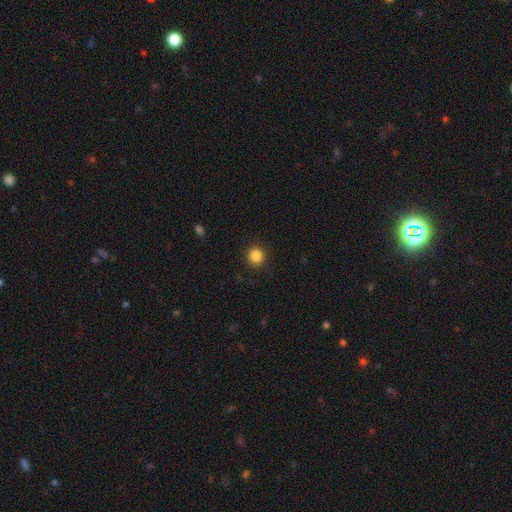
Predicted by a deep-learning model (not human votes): Morphology: type=smooth (86%); roundness=round (92%); merging=none (91%).